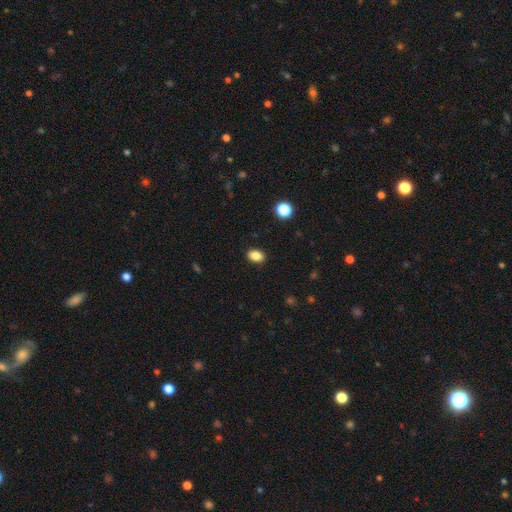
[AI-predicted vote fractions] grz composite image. It shows a smooth galaxy with no disk features (86%) that is in between round and cigar-shaped (80%). Merging: none (90%).